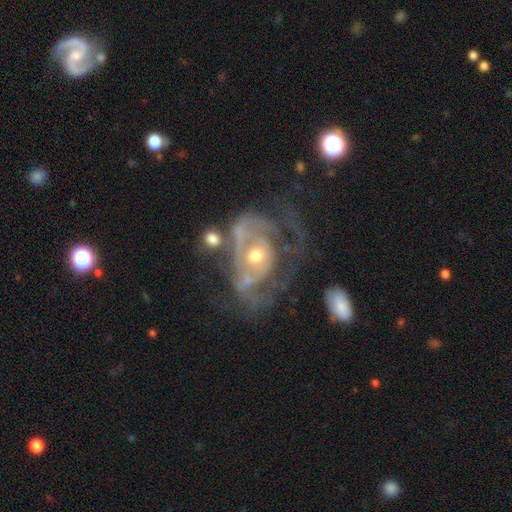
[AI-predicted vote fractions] A featured or disk galaxy (76%) with no bar (78%), spiral arms (63%) and a moderate central bulge (60%).

Vote fractions:
- Smooth or featured? featured or disk: 76% / smooth: 16% / star or artifact: 8%
- Edge-on disk? no: 97% / yes: 3%
- Bar? no: 78% / weak: 18% / strong: 5%
- Spiral arms? yes: 63% / no: 37%
- Bulge size? moderate: 60% / small: 33% / large: 5% / none: 2% / dominant: 1%
- Merging? major disturbance: 43% / none: 27% / minor disturbance: 17% / merger: 13%